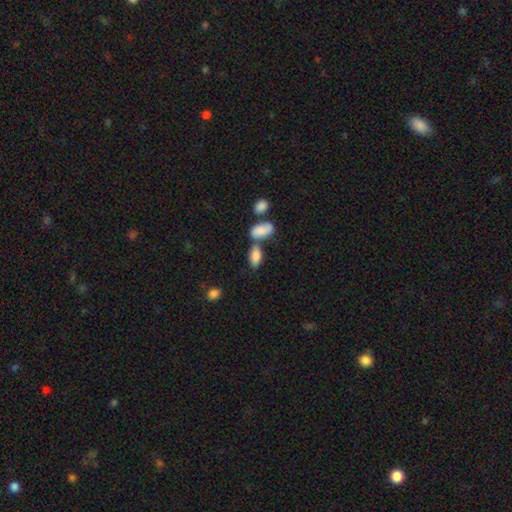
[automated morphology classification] A smooth galaxy with no disk features (85%) that is in between round and cigar-shaped (92%). Merging: none (49%).